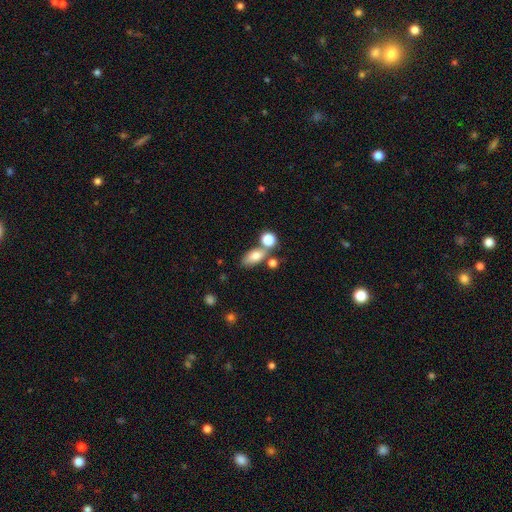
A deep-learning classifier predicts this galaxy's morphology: Smooth or featured: smooth — 77% (featured or disk — 14%)
How rounded: in between — 79% (round — 12%)
Merging: none — 54% (merger — 28%)